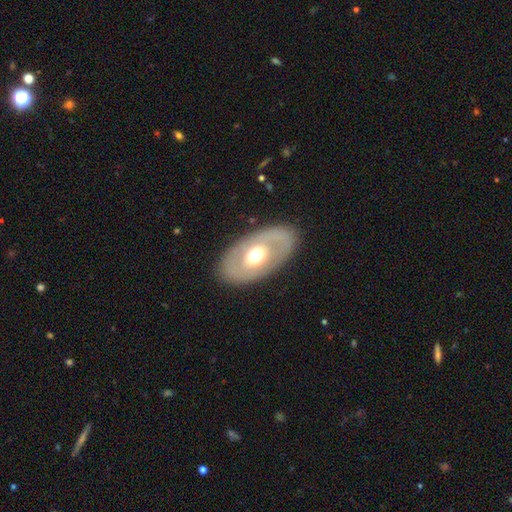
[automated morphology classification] Smooth or featured: featured or disk — 60% (smooth — 34%)
Edge-on disk: no — 88% (yes — 12%)
Bar: no — 84% (weak — 11%)
Spiral arms: no — 77% (yes — 23%)
Bulge size: moderate — 68% (large — 23%)
Merging: none — 85% (minor disturbance — 11%)